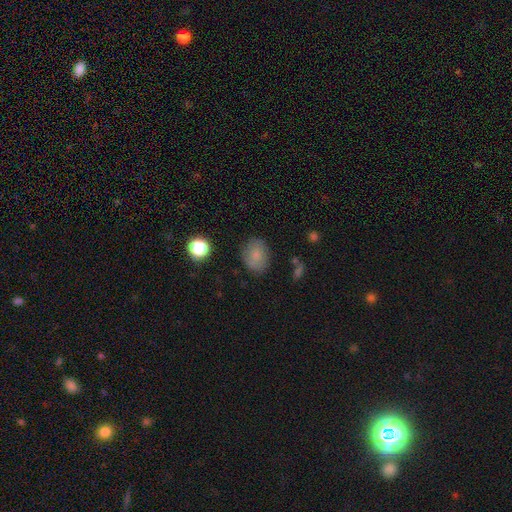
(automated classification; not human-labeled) Smooth or featured?
  - smooth: 78% *
  - featured or disk: 12%
  - star or artifact: 11%
How rounded?
  - in between: 56% *
  - round: 42%
  - cigar-shaped: 1%
Merging?
  - none: 77% *
  - minor disturbance: 16%
  - major disturbance: 4%
  - merger: 2%